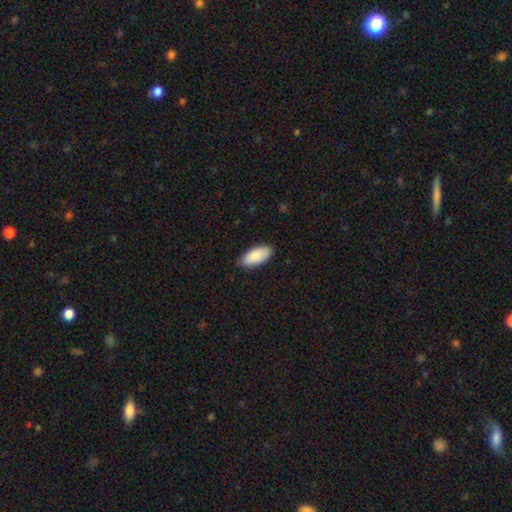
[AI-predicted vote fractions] This is clearly a smooth galaxy (87%). How rounded: clearly in between (91%). Merging: clearly none (80%).